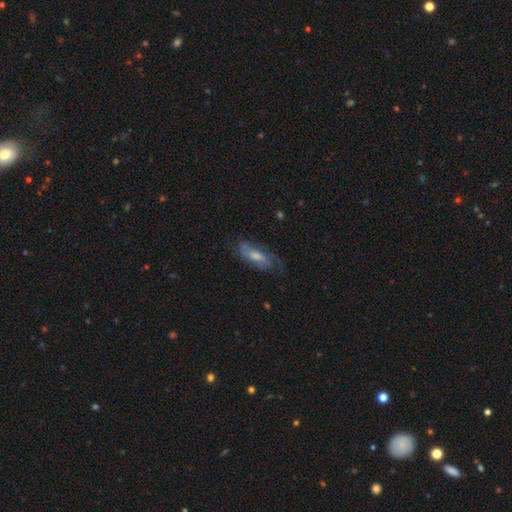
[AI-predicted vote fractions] featured or disk 57%, smooth 35%, star or artifact 7%. Down the decision tree: edge-on disk — no (82%); merging — none (55%).